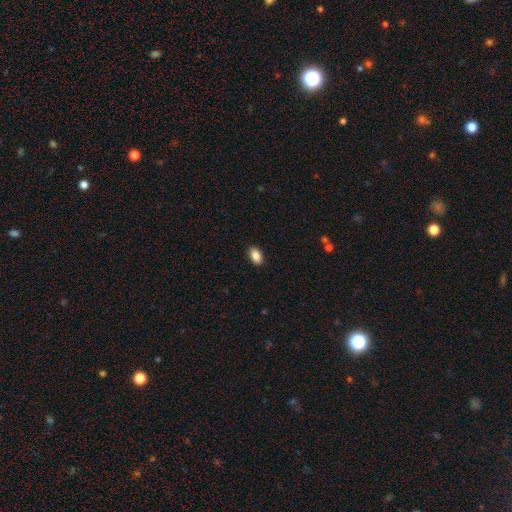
Overall: smooth (86%). How rounded: in between (97%). Merging: none (94%).